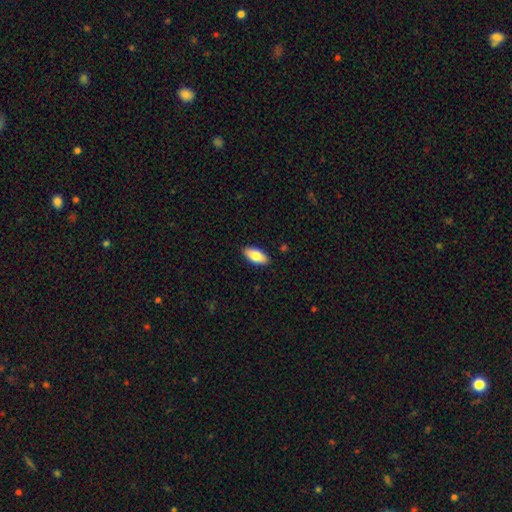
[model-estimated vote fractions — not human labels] smooth_or_featured: smooth (p=0.80) [alt: featured or disk p=0.13]
how_rounded: in between (p=0.89) [alt: cigar-shaped p=0.09]
merging: none (p=0.89) [alt: minor disturbance p=0.08]